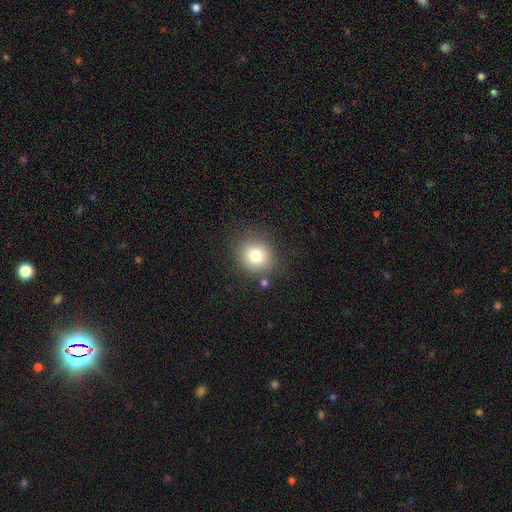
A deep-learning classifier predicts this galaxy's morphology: smooth 78%, star or artifact 12%, featured or disk 9%. Down the decision tree: how rounded — round (88%); merging — none (82%).